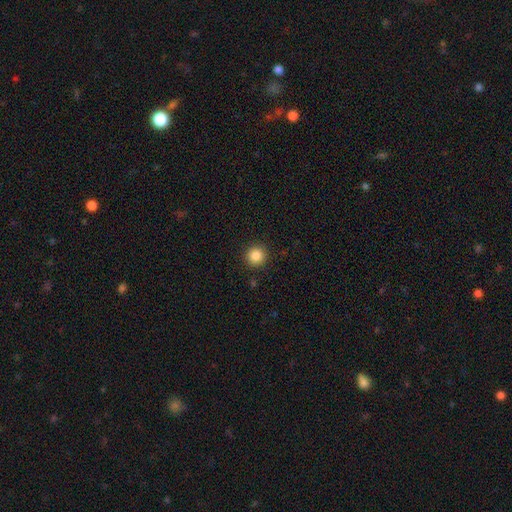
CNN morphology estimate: smooth-or-featured: smooth: 85% | star or artifact: 11% | featured or disk: 4%
  how-rounded: round: 94% | in between: 5% | cigar-shaped: 1%
  merging: none: 92% | minor disturbance: 5% | major disturbance: 2% | merger: 1%